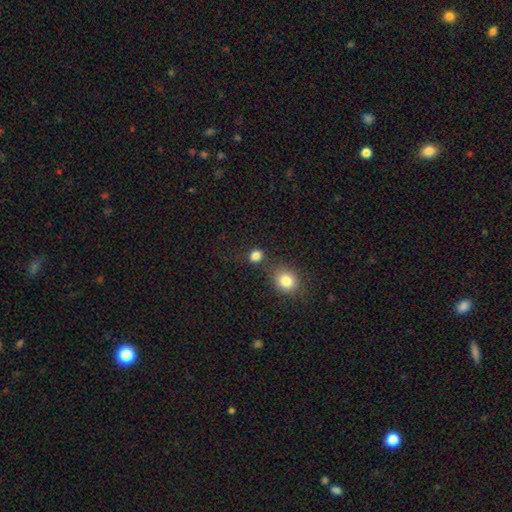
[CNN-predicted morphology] smooth-or-featured: smooth: 84% | star or artifact: 12% | featured or disk: 4%
  how-rounded: round: 62% | in between: 37% | cigar-shaped: 1%
  merging: none: 72% | merger: 12% | minor disturbance: 12% | major disturbance: 4%